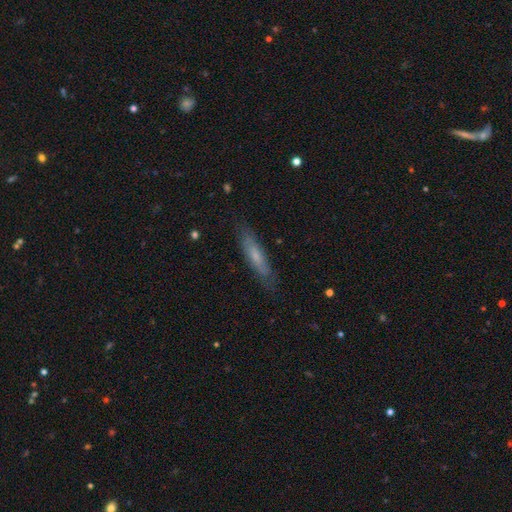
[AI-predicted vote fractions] Smooth or featured? Predicted: smooth (p=0.55). How rounded? Predicted: cigar-shaped (p=0.78). Merging? Predicted: none (p=0.81).